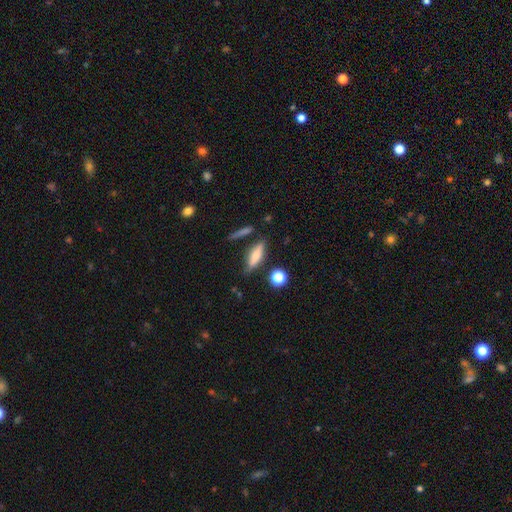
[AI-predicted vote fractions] Smooth or featured? Predicted: smooth (p=0.58). How rounded? Predicted: cigar-shaped (p=0.61). Merging? Predicted: none (p=0.72).